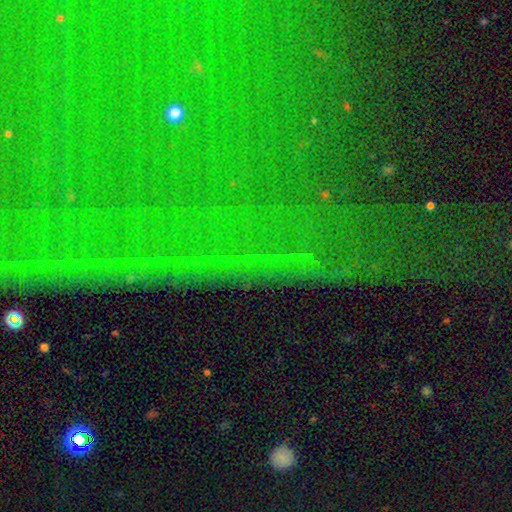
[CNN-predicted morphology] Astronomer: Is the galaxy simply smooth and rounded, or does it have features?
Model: star or artifact — 83%.